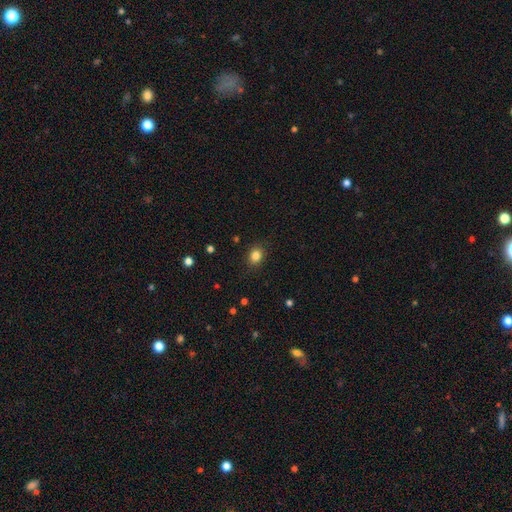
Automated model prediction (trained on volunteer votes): Morphology: type=smooth (84%); roundness=round (53%); merging=none (88%).